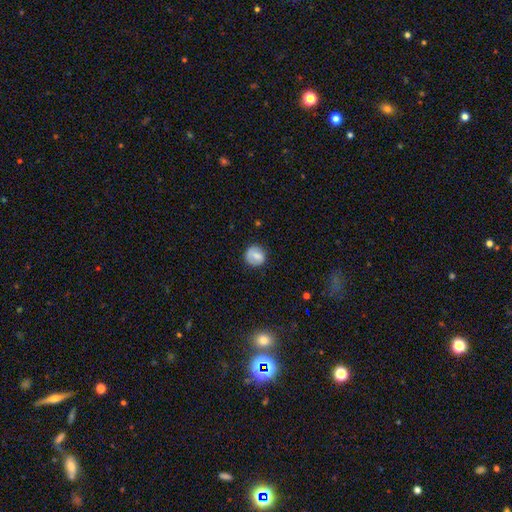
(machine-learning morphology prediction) The model was most divided on "smooth or featured": smooth: 75%, featured or disk: 17%, star or artifact: 8%. More confident: how rounded — round (86%); merging — none (79%).